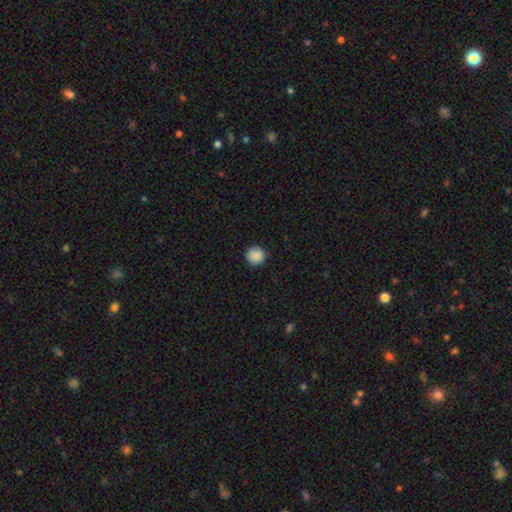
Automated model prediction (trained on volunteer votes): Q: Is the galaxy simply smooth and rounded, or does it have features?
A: smooth — 89%.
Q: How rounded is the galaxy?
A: round — 95%.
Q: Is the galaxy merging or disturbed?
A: none — 91%.